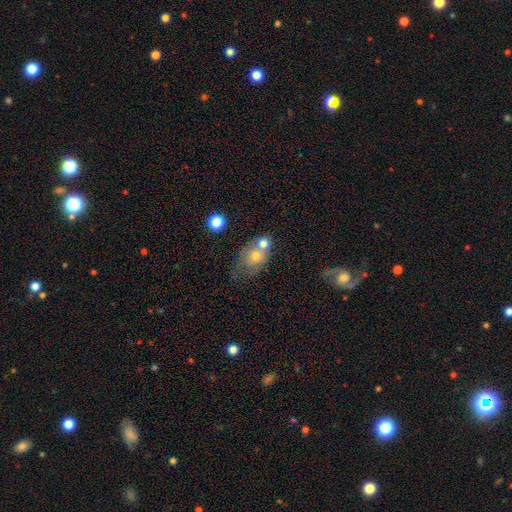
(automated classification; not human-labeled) Overall: smooth (66%). How rounded: in between (53%; round 45%). Merging: merger (52%; none 29%).